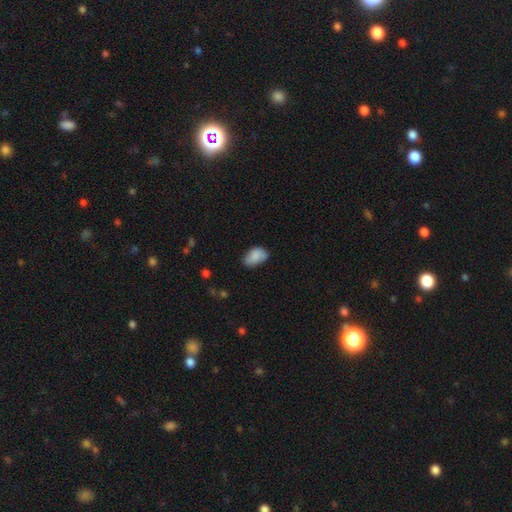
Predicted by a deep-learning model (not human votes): A smooth galaxy with no disk features (82%) that is in between round and cigar-shaped (89%). Merging: none (63%).